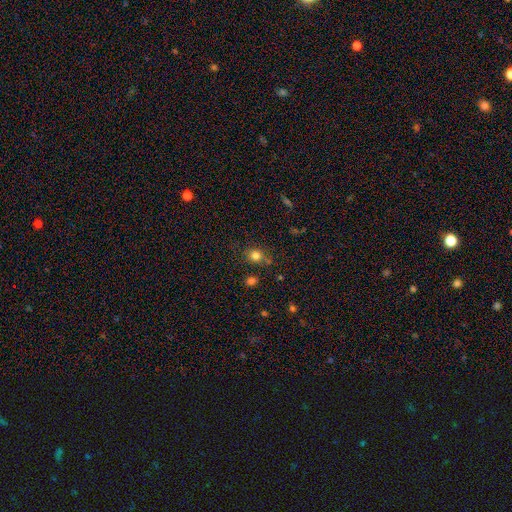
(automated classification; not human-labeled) This is clearly a smooth galaxy (80%). How rounded: likely round (70%). Merging: likely none (73%).